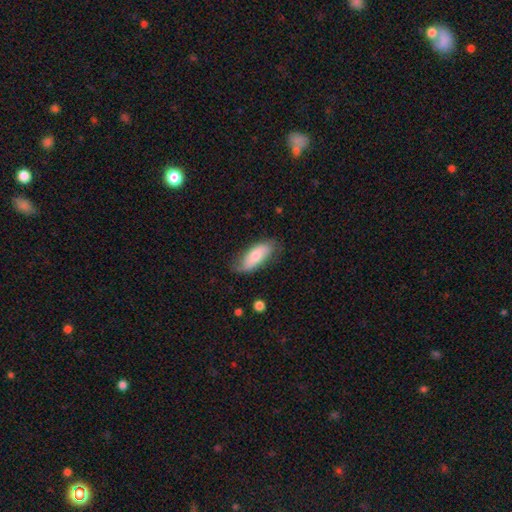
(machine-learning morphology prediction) This appears to be a smooth galaxy with no disk features (63%) that is in between round and cigar-shaped (80%). Merging: none (65%).